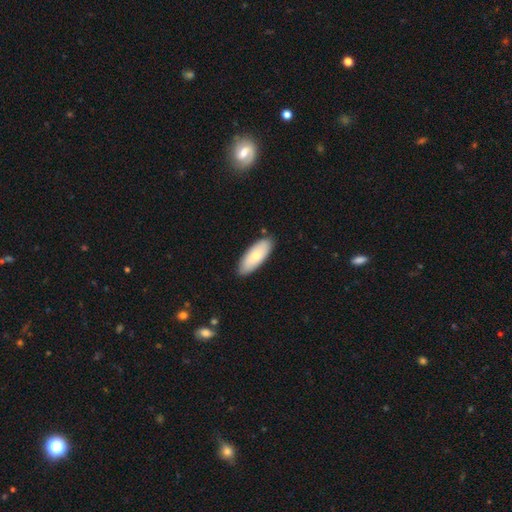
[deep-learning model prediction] Overall: smooth (73%). How rounded: in between (76%). Merging: none (86%).